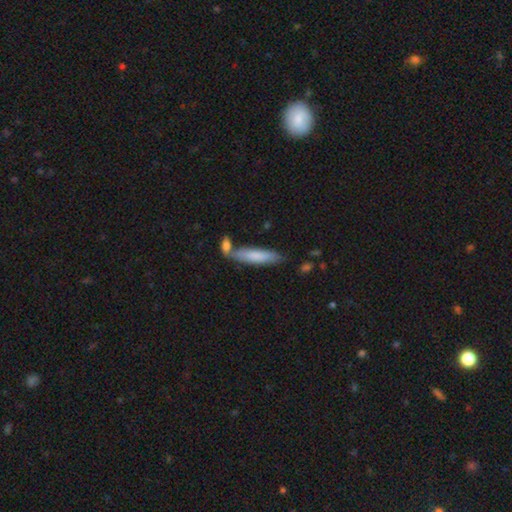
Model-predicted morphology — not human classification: Smooth or featured: smooth — 75% (featured or disk — 19%)
How rounded: cigar-shaped — 76% (in between — 22%)
Merging: none — 66% (merger — 16%)